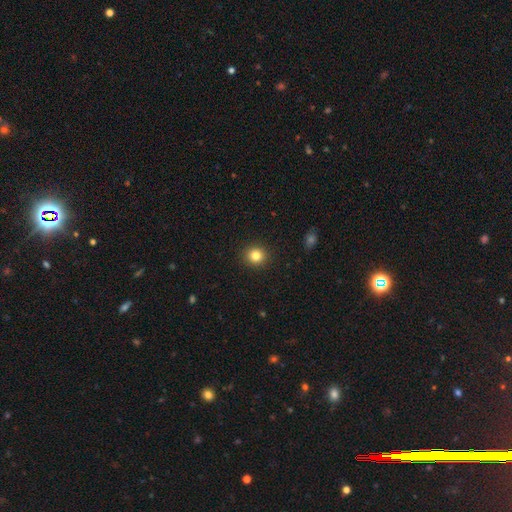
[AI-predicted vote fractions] Overall: smooth (83%). How rounded: round (89%). Merging: none (92%).